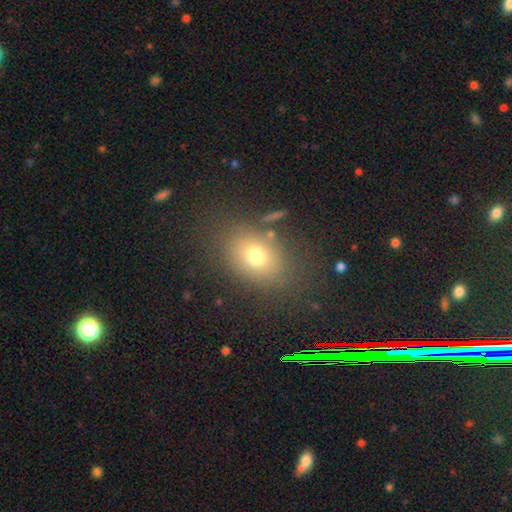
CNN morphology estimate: Smooth or featured: smooth — 71% (star or artifact — 15%)
How rounded: in between — 62% (round — 37%)
Merging: none — 78% (minor disturbance — 12%)